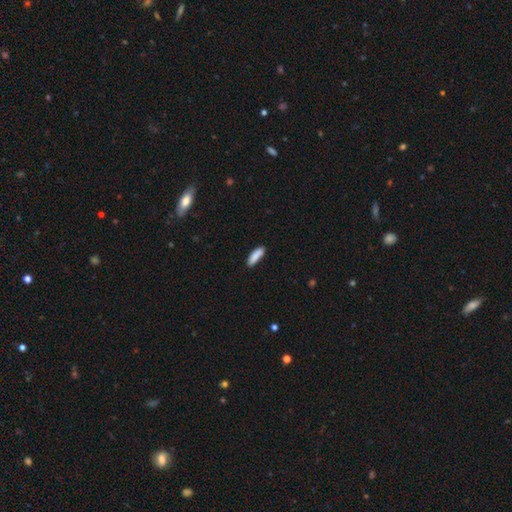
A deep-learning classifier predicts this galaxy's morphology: A smooth galaxy with no disk features (87%) that is cigar-shaped (59%).

Vote fractions:
- Smooth or featured? smooth: 87% / star or artifact: 6% / featured or disk: 6%
- How rounded? cigar-shaped: 59% / in between: 40% / round: 2%
- Merging? none: 79% / minor disturbance: 16% / merger: 3% / major disturbance: 3%